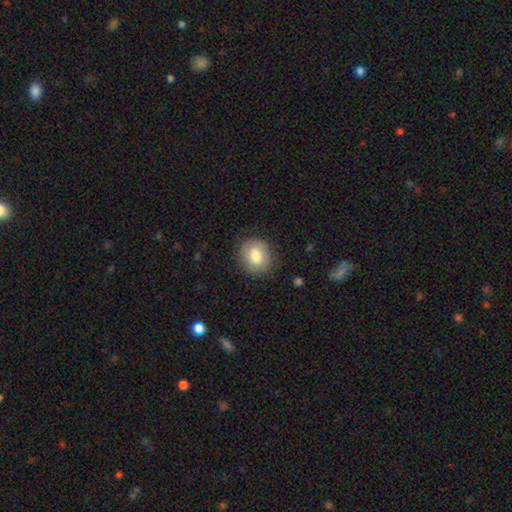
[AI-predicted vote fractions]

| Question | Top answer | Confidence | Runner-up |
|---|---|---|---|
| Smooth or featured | smooth | 77% | featured or disk (15%) |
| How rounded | round | 71% | in between (28%) |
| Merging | none | 84% | minor disturbance (11%) |